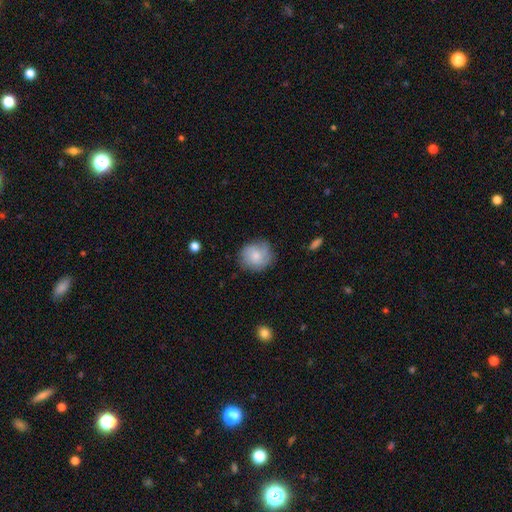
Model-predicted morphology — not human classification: A smooth galaxy with no disk features (54%) that is round (81%).

Vote fractions:
- Smooth or featured? smooth: 54% / featured or disk: 39% / star or artifact: 7%
- How rounded? round: 81% / in between: 18% / cigar-shaped: 1%
- Merging? none: 75% / minor disturbance: 19% / major disturbance: 6% / merger: 1%